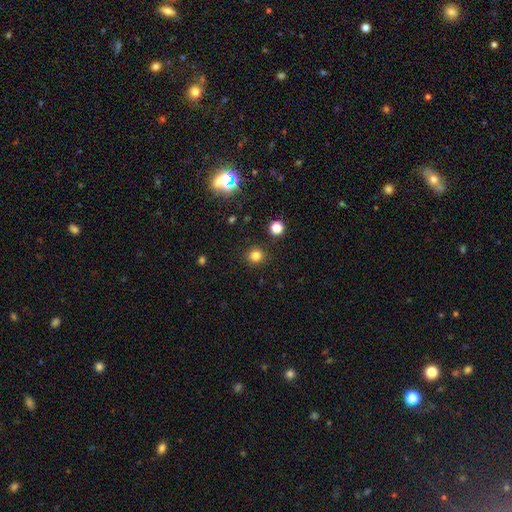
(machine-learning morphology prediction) Q: Smooth or featured?
A: smooth (80%); runner-up: star or artifact (16%)
Q: How rounded?
A: round (90%); runner-up: in between (9%)
Q: Merging?
A: none (90%); runner-up: minor disturbance (6%)